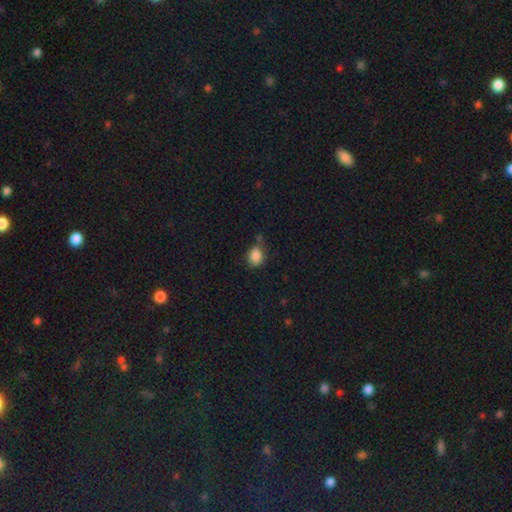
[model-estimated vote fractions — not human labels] Overall: smooth (86%). How rounded: in between (59%; round 40%). Merging: none (62%; minor disturbance 23%).